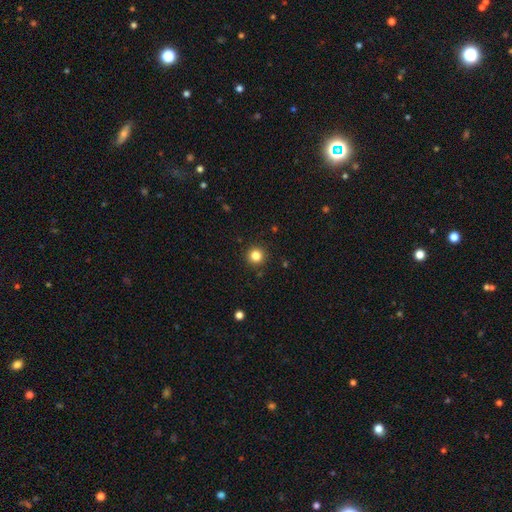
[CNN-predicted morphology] Overall: smooth (84%). How rounded: round (95%). Merging: none (92%).